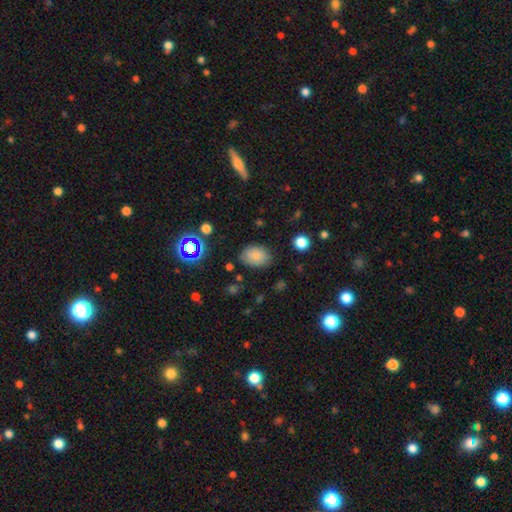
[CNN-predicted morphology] A smooth galaxy with no disk features (79%) that is in between round and cigar-shaped (78%).

Vote fractions:
- Smooth or featured? smooth: 79% / star or artifact: 12% / featured or disk: 9%
- How rounded? in between: 78% / round: 21% / cigar-shaped: 1%
- Merging? none: 77% / minor disturbance: 16% / major disturbance: 4% / merger: 2%